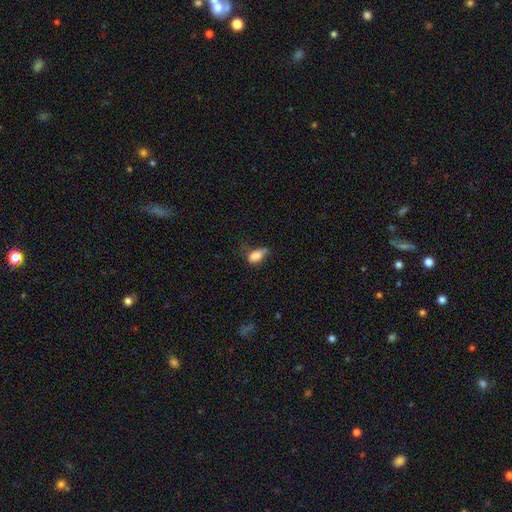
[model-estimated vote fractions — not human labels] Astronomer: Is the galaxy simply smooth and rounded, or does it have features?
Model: smooth — 81%.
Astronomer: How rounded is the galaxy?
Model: in between — 86%.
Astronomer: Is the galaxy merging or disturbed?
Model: none — 37% (runner-up: minor disturbance, 36%).